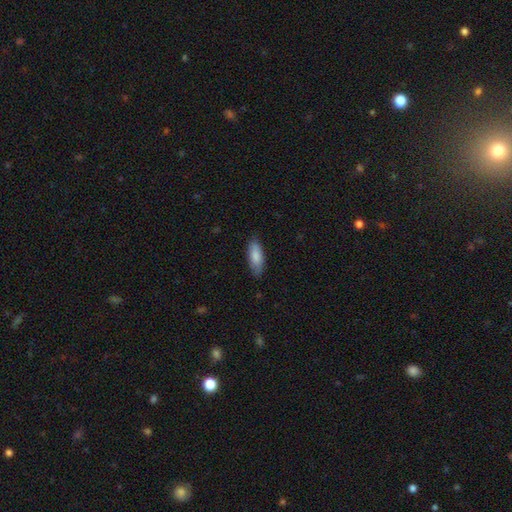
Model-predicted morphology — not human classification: Smooth or featured? Predicted: smooth (p=0.84). How rounded? Predicted: in between (p=0.71). Merging? Predicted: none (p=0.80).